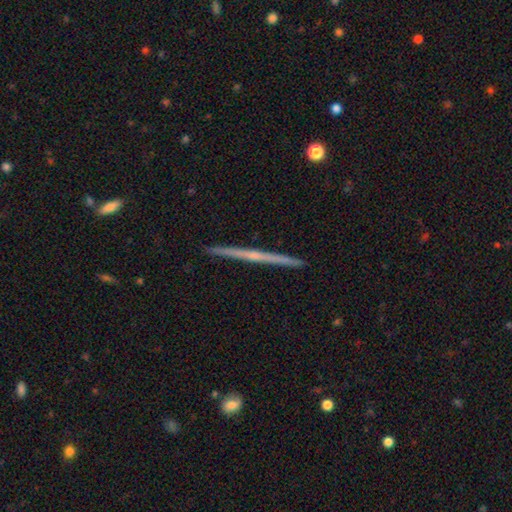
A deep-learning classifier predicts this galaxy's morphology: The model was most divided on "edge-on bulge": none: 55%, rounded: 39%, boxy: 6%. More confident: edge-on disk — yes (98%); merging — none (93%); smooth or featured — featured or disk (73%).